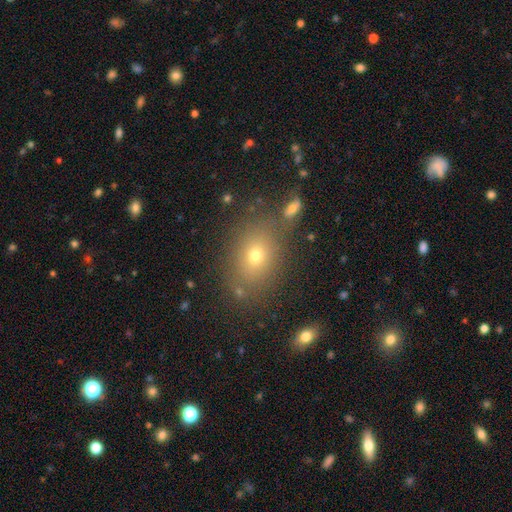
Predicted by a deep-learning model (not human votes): Smooth or featured? smooth (65%)
How rounded? in between (60%)
Merging? none (79%)